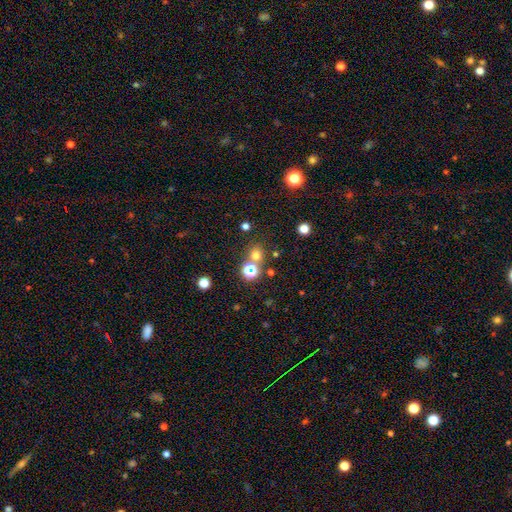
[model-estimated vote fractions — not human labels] Smooth or featured? smooth (64%)
How rounded? round (86%)
Merging? none (71%)